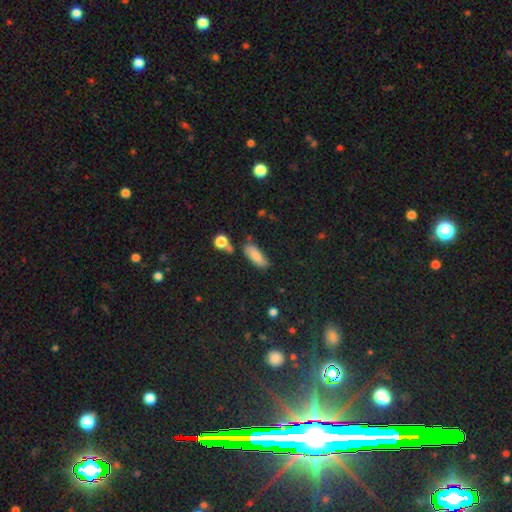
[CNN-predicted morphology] A smooth galaxy with no disk features (79%) that is in between round and cigar-shaped (72%).

Vote fractions:
- Smooth or featured? smooth: 79% / featured or disk: 12% / star or artifact: 9%
- How rounded? in between: 72% / cigar-shaped: 24% / round: 3%
- Merging? none: 70% / minor disturbance: 18% / merger: 7% / major disturbance: 5%